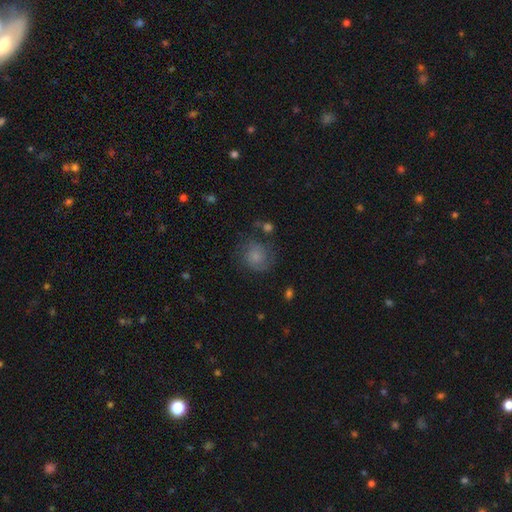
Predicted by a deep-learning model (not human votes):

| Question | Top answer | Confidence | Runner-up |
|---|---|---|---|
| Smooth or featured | smooth | 72% | featured or disk (18%) |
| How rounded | round | 82% | in between (17%) |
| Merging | none | 66% | minor disturbance (21%) |